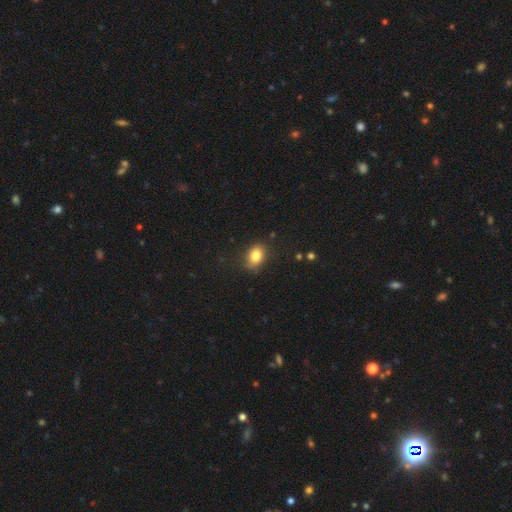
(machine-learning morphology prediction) A smooth galaxy with no disk features (82%) that is in between round and cigar-shaped (71%). Merging: none (77%).